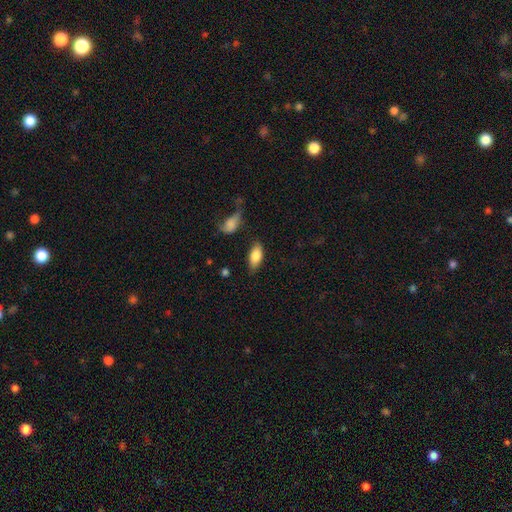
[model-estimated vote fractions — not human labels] smooth 84%, featured or disk 10%, star or artifact 7%. Down the decision tree: how rounded — in between (90%); merging — none (75%).